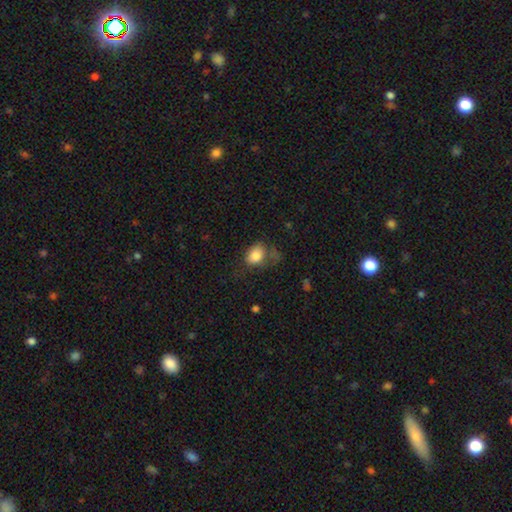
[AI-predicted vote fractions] A smooth galaxy with no disk features (82%) that is in between round and cigar-shaped (68%).

Vote fractions:
- Smooth or featured? smooth: 82% / star or artifact: 9% / featured or disk: 9%
- How rounded? in between: 68% / round: 31% / cigar-shaped: 1%
- Merging? none: 41% / minor disturbance: 28% / major disturbance: 24% / merger: 6%